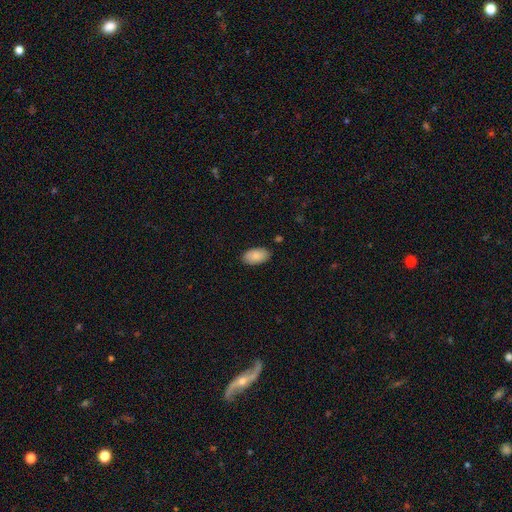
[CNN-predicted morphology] Smooth or featured? Predicted: smooth (p=0.88). How rounded? Predicted: in between (p=0.95). Merging? Predicted: none (p=0.87).